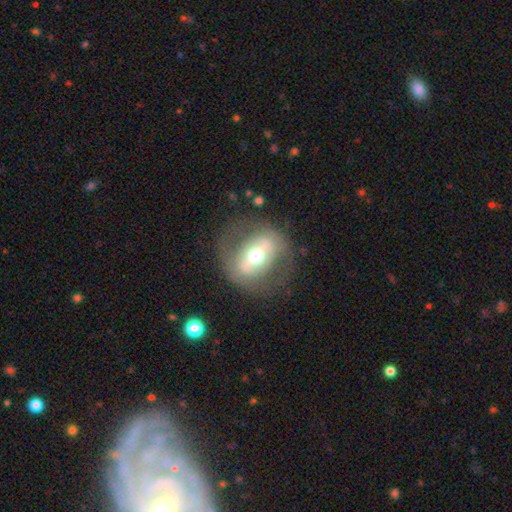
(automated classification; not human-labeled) smooth-or-featured: featured or disk: 63% | smooth: 31% | star or artifact: 7%
  disk-edge-on: no: 88% | yes: 12%
    bar: strong: 54% | weak: 24% | no: 22%
    has-spiral-arms: no: 77% | yes: 23%
    bulge-size: moderate: 70% | large: 15% | small: 12% | dominant: 2% | none: 1%
  merging: none: 72% | minor disturbance: 14% | major disturbance: 12% | merger: 1%